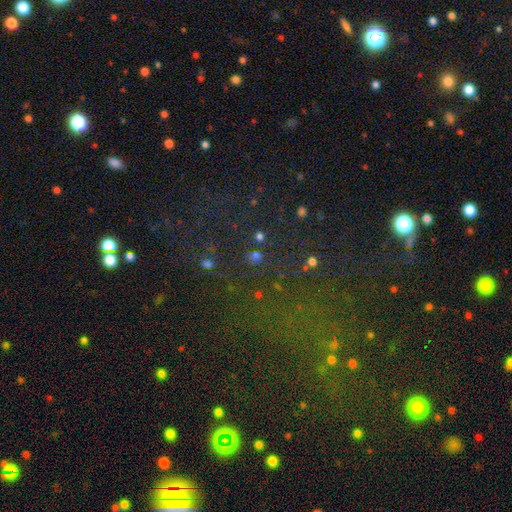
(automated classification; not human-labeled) smooth-or-featured: star or artifact: 52% | smooth: 40% | featured or disk: 8%